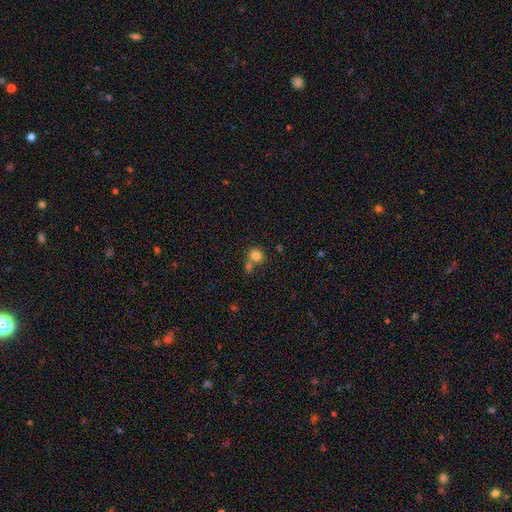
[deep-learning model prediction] smooth 83%, star or artifact 11%, featured or disk 7%. Down the decision tree: how rounded — round (77%); merging — none (54%).